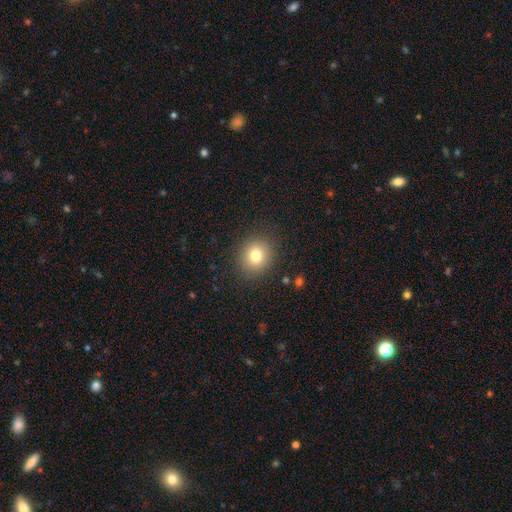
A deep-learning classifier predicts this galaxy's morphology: Smooth or featured: smooth — 79% (star or artifact — 12%)
How rounded: round — 77% (in between — 22%)
Merging: none — 88% (minor disturbance — 8%)